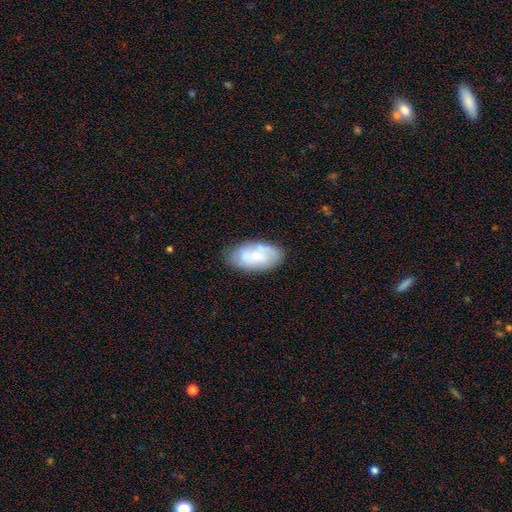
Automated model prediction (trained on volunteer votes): Smooth or featured: smooth — 56% (featured or disk — 37%)
How rounded: in between — 94% (round — 4%)
Merging: none — 76% (minor disturbance — 18%)